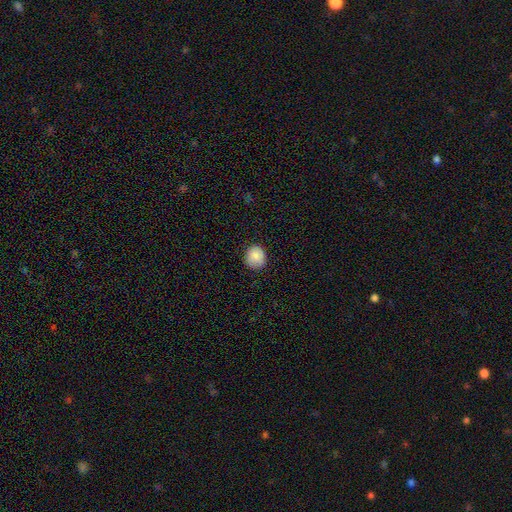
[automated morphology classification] This is clearly a smooth galaxy (85%). How rounded: likely round (76%). Merging: clearly none (83%).